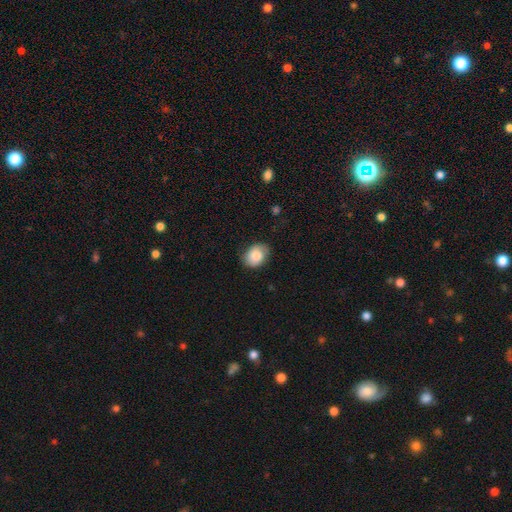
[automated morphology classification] Smooth or featured? Predicted: smooth (p=0.82). How rounded? Predicted: in between (p=0.64). Merging? Predicted: none (p=0.77).